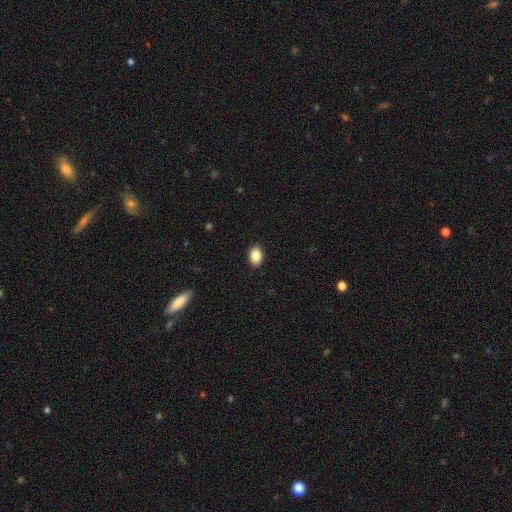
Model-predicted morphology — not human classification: Overall: smooth (87%). How rounded: in between (84%). Merging: none (90%).